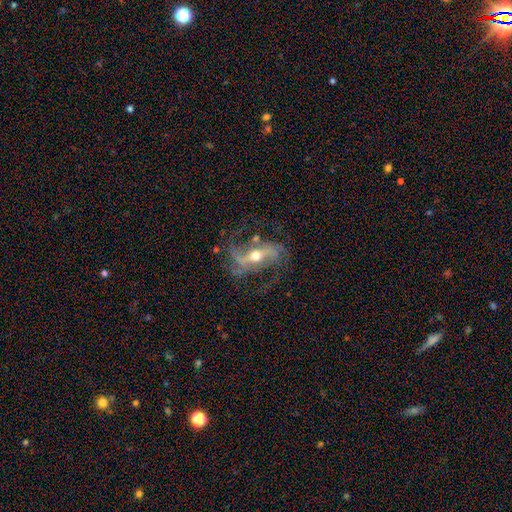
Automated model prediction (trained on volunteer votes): smooth-or-featured: featured or disk: 87% | star or artifact: 6% | smooth: 6%
  disk-edge-on: no: 93% | yes: 7%
    bar: strong: 51% | weak: 29% | no: 20%
    has-spiral-arms: yes: 94% | no: 6%
      spiral-winding: loose: 53% | medium: 36% | tight: 11%
      spiral-arm-count: 2: 79% | 3: 6% | can't tell: 6% | 1: 3% | 4: 2% | more than 4: 2%
    bulge-size: moderate: 68% | small: 26% | large: 4% | dominant: 1% | none: 1%
  merging: none: 62% | minor disturbance: 18% | major disturbance: 17% | merger: 3%